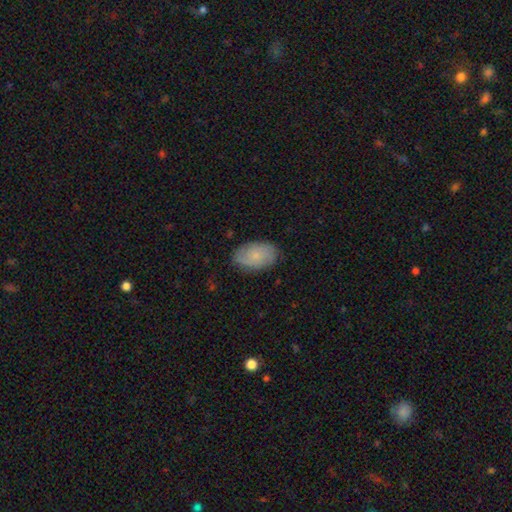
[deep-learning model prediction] This is possibly a smooth galaxy (58%). How rounded: clearly in between (90%). Merging: likely none (80%).